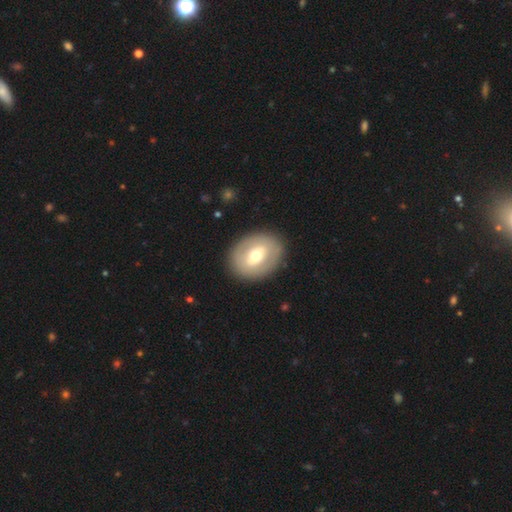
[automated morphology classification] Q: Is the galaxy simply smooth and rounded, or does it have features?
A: smooth — 48%.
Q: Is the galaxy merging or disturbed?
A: none — 87%.